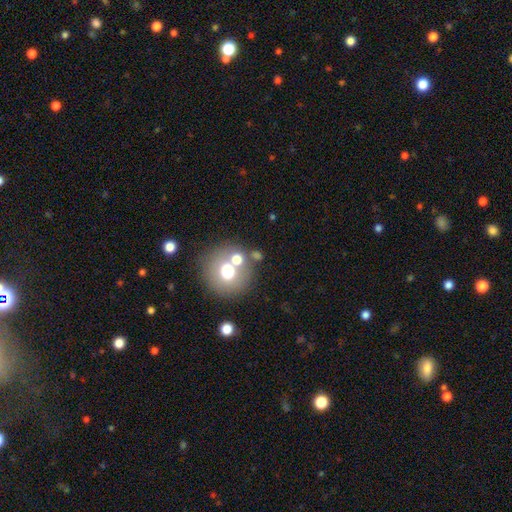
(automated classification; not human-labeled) smooth-or-featured: smooth: 62% | featured or disk: 20% | star or artifact: 18%
  how-rounded: round: 88% | in between: 11% | cigar-shaped: 1%
  merging: none: 64% | merger: 22% | minor disturbance: 9% | major disturbance: 5%